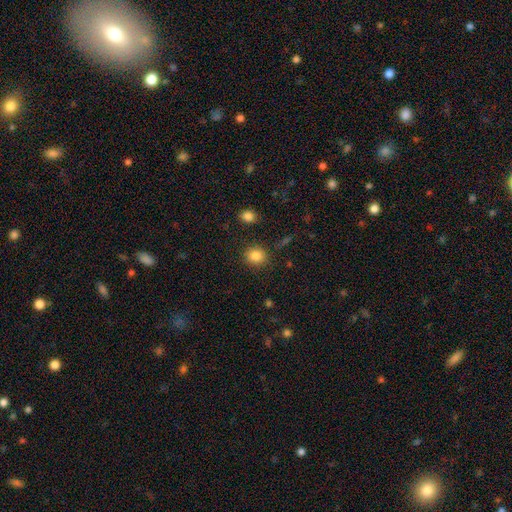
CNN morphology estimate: The model was most divided on "how rounded": round: 76%, in between: 23%, cigar-shaped: 1%. More confident: merging — none (86%); smooth or featured — smooth (85%).